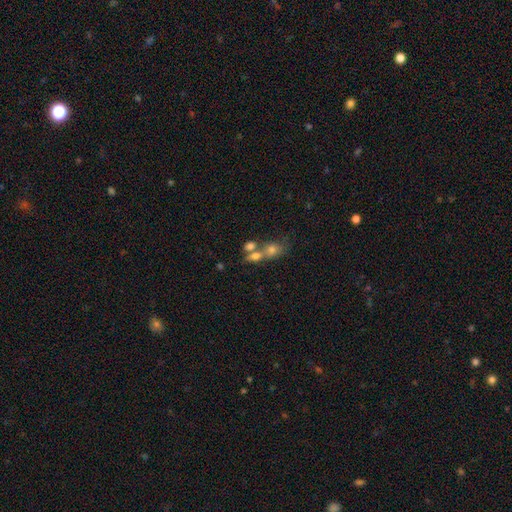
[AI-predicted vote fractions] Smooth or featured? Predicted: smooth (p=0.67). How rounded? Predicted: in between (p=0.65). Merging? Predicted: merger (p=0.58).